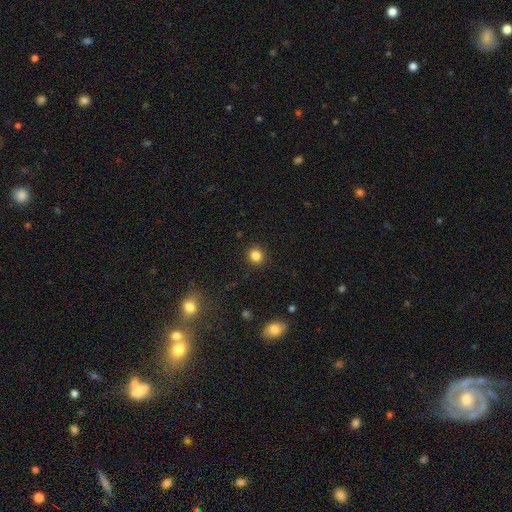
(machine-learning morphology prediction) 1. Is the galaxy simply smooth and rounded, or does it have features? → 84% smooth, 12% star or artifact, 4% featured or disk.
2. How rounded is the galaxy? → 91% round, 8% in between, 1% cigar-shaped.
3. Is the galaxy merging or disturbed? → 92% none, 5% minor disturbance, 2% major disturbance, 1% merger.